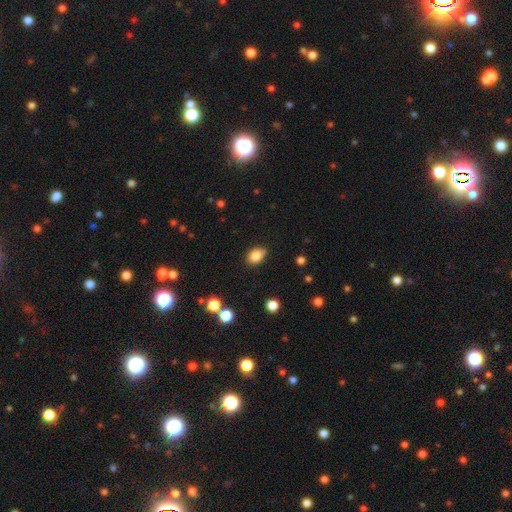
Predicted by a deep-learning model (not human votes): Q: Smooth or featured?
A: smooth (85%); runner-up: star or artifact (10%)
Q: How rounded?
A: in between (69%); runner-up: round (29%)
Q: Merging?
A: none (75%); runner-up: minor disturbance (19%)